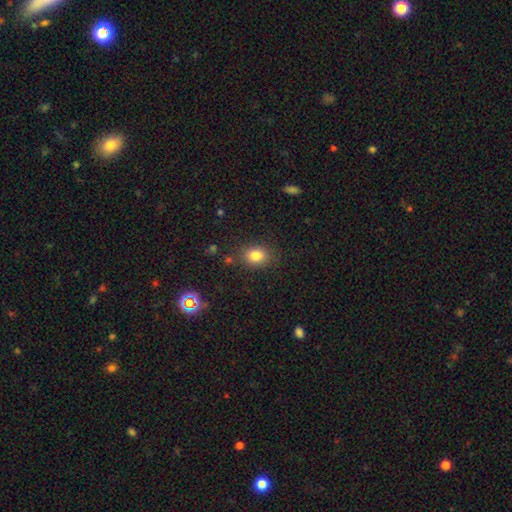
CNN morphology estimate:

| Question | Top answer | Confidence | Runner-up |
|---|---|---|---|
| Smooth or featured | smooth | 81% | star or artifact (12%) |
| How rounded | in between | 52% | round (47%) |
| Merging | none | 82% | minor disturbance (12%) |